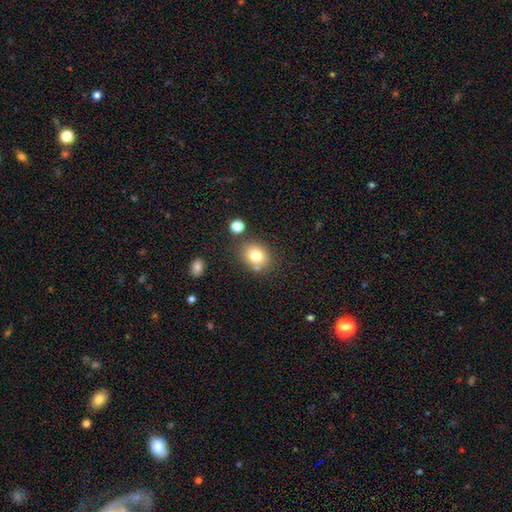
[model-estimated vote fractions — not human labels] smooth 79%, star or artifact 11%, featured or disk 10%. Down the decision tree: how rounded — round (53%); merging — none (74%).